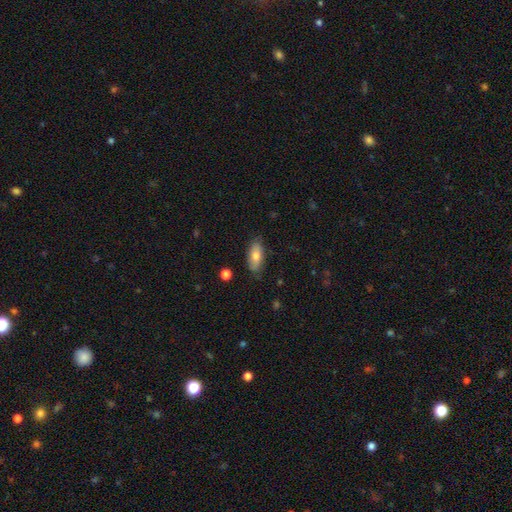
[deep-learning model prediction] Morphology: type=smooth (73%); roundness=in between (85%); merging=none (81%).